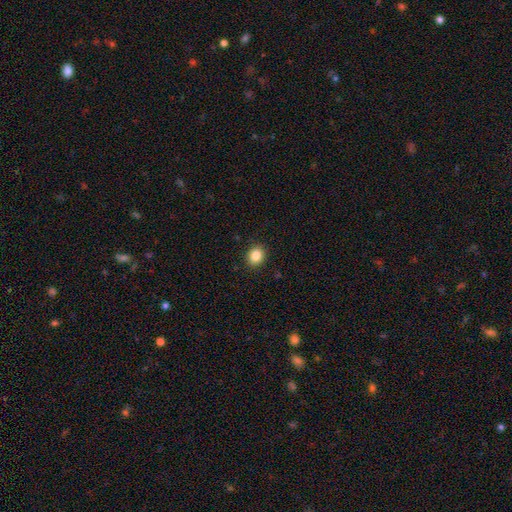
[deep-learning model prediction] Morphology: type=smooth (85%); roundness=round (68%); merging=none (91%).